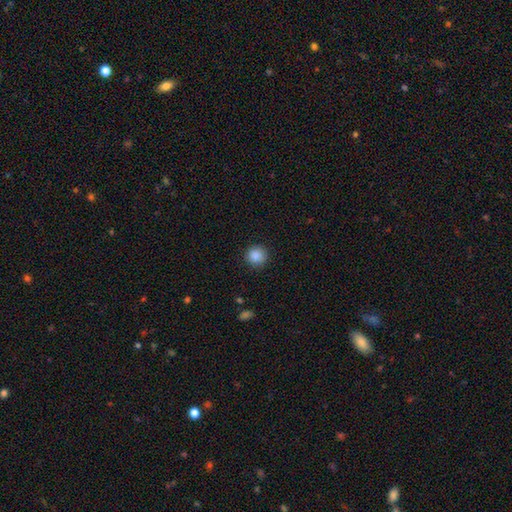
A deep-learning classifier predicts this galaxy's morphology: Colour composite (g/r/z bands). It shows a smooth galaxy with no disk features (88%) that is round (94%). Merging: none (90%).